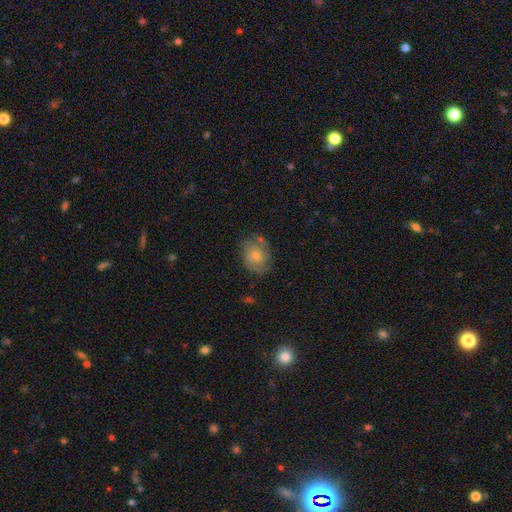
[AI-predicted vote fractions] A smooth galaxy with no disk features (46%).

Vote fractions:
- Smooth or featured? smooth: 46% / featured or disk: 42% / star or artifact: 12%
- Merging? none: 73% / minor disturbance: 19% / major disturbance: 6% / merger: 2%